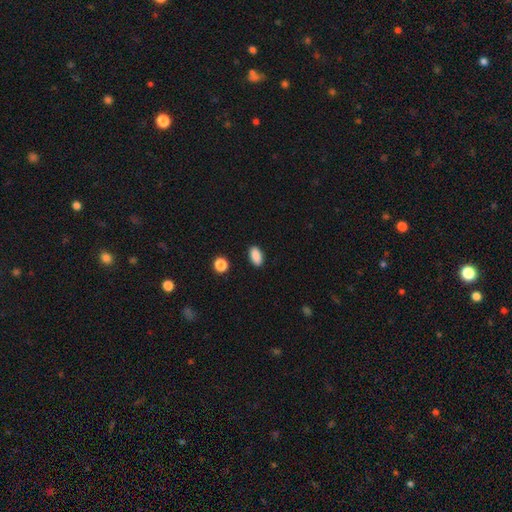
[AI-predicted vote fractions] smooth_or_featured: smooth (p=0.89) [alt: star or artifact p=0.08]
how_rounded: in between (p=0.91) [alt: round p=0.05]
merging: none (p=0.89) [alt: minor disturbance p=0.08]